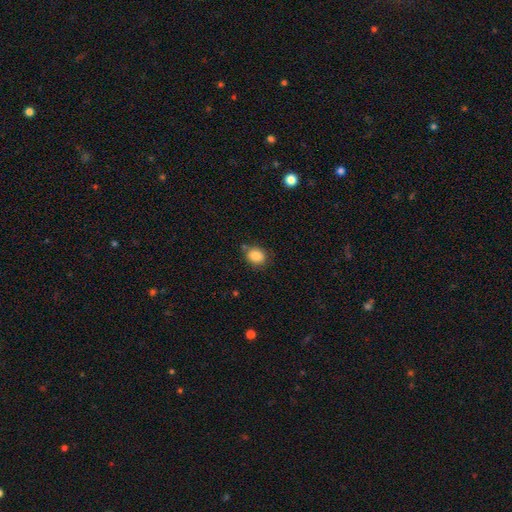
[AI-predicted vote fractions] Morphology: type=smooth (86%); roundness=in between (52%); merging=none (72%).